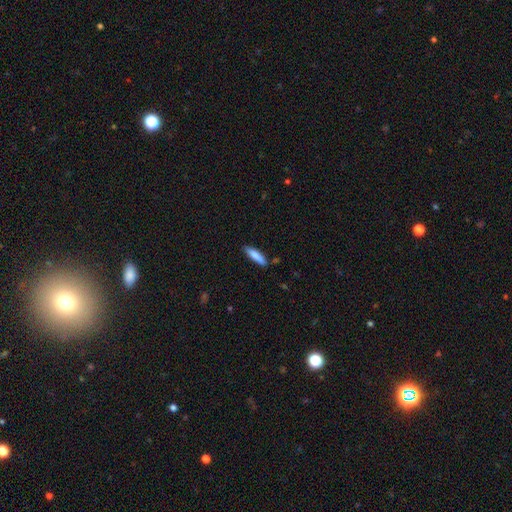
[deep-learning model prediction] Smooth or featured? Predicted: smooth (p=0.82). How rounded? Predicted: cigar-shaped (p=0.76). Merging? Predicted: none (p=0.83).